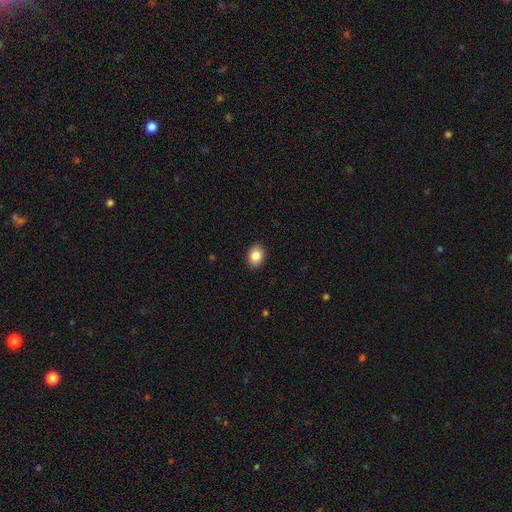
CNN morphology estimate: This is clearly a smooth galaxy (86%). How rounded: likely in between (65%). Merging: clearly none (90%).